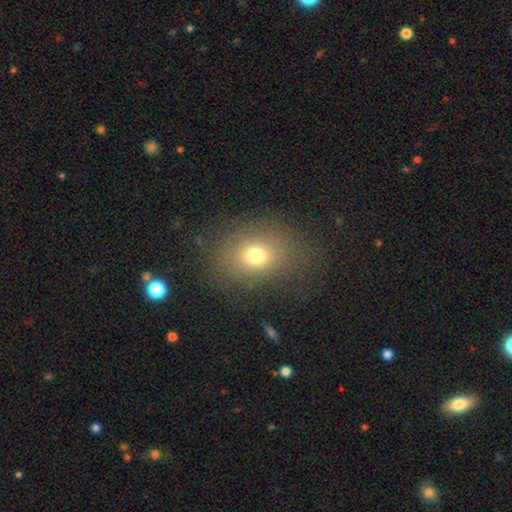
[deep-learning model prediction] A smooth galaxy with no disk features (71%) that is round (49%, tied with in between). Merging: none (76%).